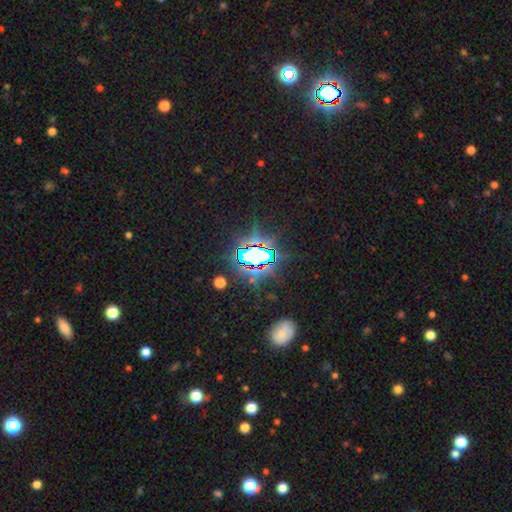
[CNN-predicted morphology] The model was most divided on "smooth or featured": star or artifact: 76%, smooth: 13%, featured or disk: 11%.